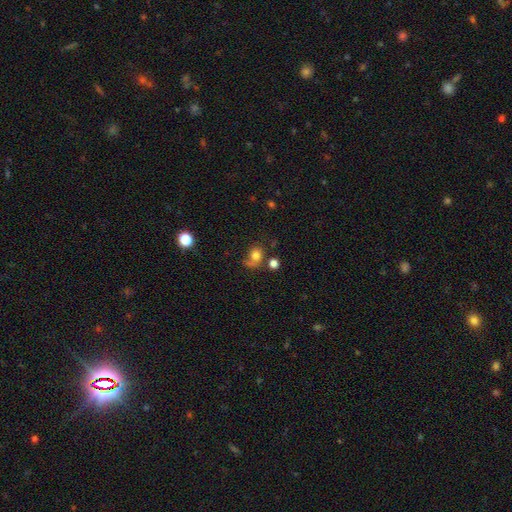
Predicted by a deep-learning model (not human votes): smooth 71%, featured or disk 16%, star or artifact 12%. Down the decision tree: how rounded — round (62%); merging — none (43%).